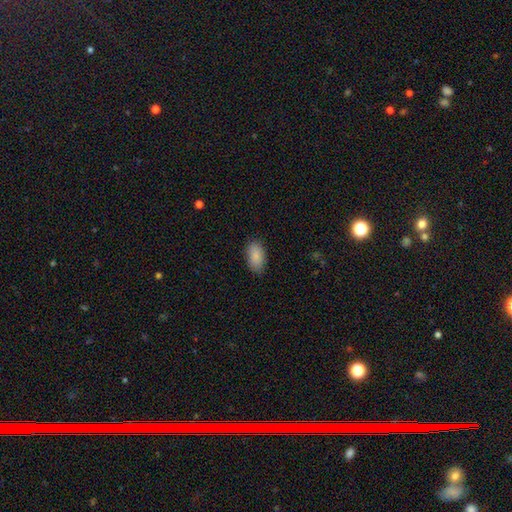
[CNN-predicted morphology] Overall: smooth (89%). How rounded: in between (94%). Merging: none (85%).